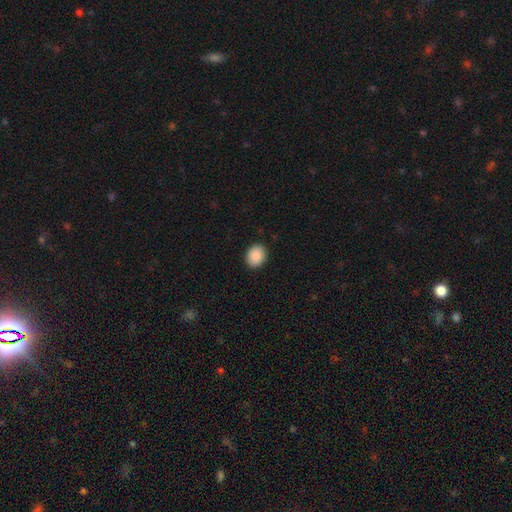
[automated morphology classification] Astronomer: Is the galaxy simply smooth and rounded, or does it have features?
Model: smooth — 90%.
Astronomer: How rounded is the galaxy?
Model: in between — 50% (runner-up: round, 49%).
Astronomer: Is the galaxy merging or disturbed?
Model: none — 90%.